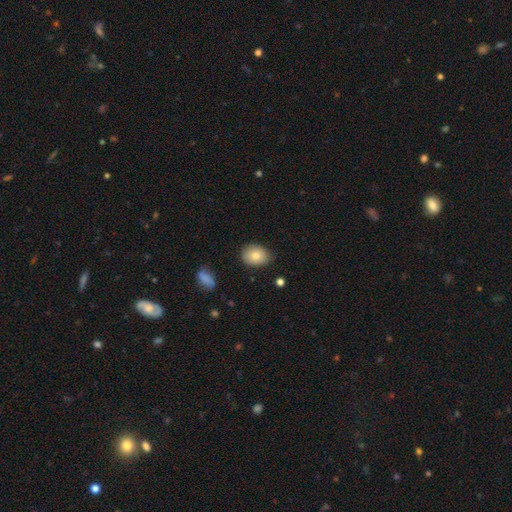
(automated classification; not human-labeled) This appears to be a smooth galaxy with no disk features (80%) that is in between round and cigar-shaped (68%). Merging: none (77%).